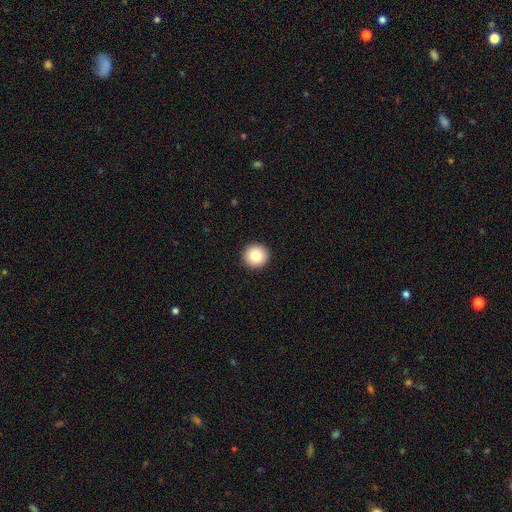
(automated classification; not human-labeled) smooth-or-featured: smooth: 82% | star or artifact: 9% | featured or disk: 9%
  how-rounded: round: 95% | in between: 4% | cigar-shaped: 1%
  merging: none: 94% | minor disturbance: 4% | major disturbance: 1% | merger: 1%